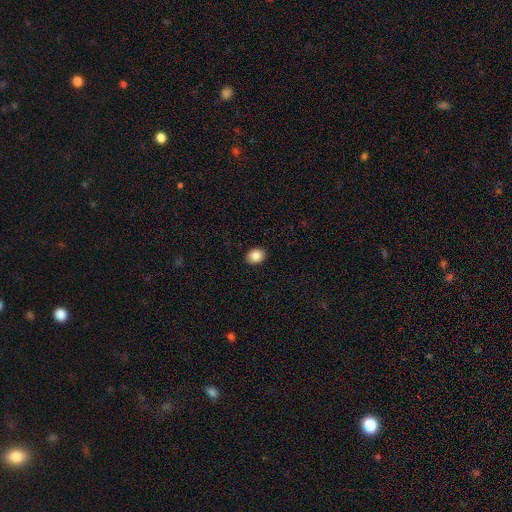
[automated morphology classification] Smooth or featured?
  - smooth: 88% *
  - star or artifact: 9%
  - featured or disk: 4%
How rounded?
  - in between: 53% *
  - round: 46%
  - cigar-shaped: 1%
Merging?
  - none: 91% *
  - minor disturbance: 6%
  - major disturbance: 2%
  - merger: 1%